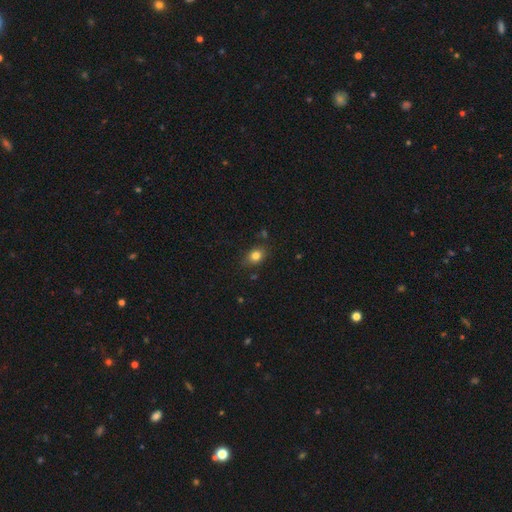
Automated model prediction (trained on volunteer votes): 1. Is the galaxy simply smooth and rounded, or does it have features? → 81% smooth, 11% star or artifact, 8% featured or disk.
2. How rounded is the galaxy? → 57% in between, 42% round, 1% cigar-shaped.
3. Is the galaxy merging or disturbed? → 80% none, 14% minor disturbance, 3% major disturbance, 3% merger.